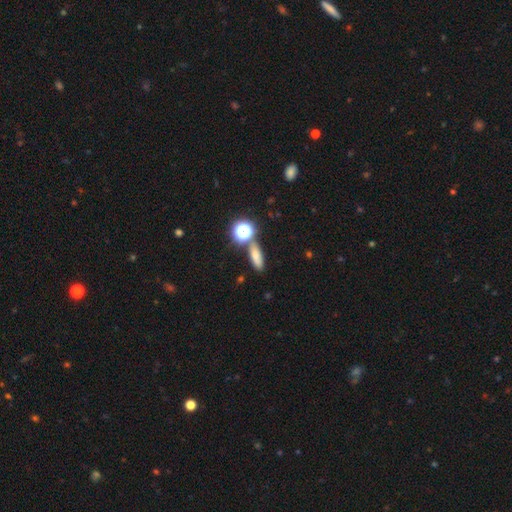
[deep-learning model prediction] A smooth galaxy with no disk features (69%) that is in between round and cigar-shaped (51%).

Vote fractions:
- Smooth or featured? smooth: 69% / star or artifact: 19% / featured or disk: 11%
- How rounded? in between: 51% / cigar-shaped: 33% / round: 16%
- Merging? none: 74% / merger: 12% / minor disturbance: 10% / major disturbance: 3%